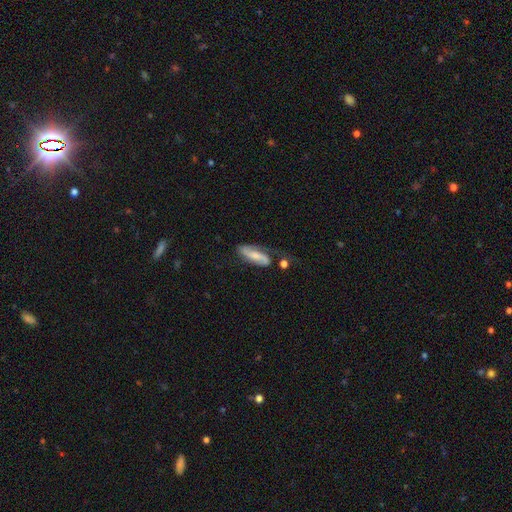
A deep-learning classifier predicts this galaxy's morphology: type=featured or disk (52%); edge-on=no (83%); merging=none (57%).